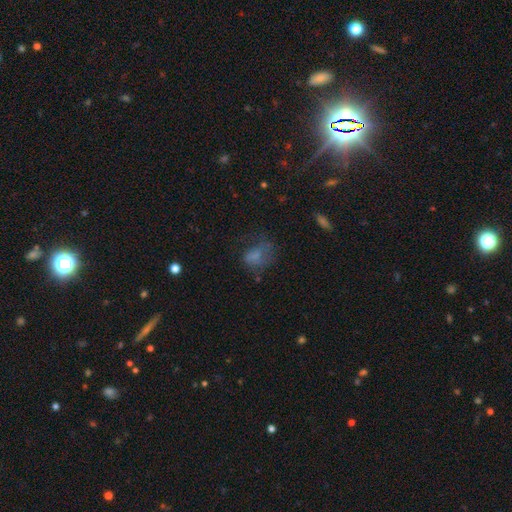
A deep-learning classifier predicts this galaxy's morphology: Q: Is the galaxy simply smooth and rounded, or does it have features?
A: smooth — 59%.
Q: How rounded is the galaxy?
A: in between — 73%.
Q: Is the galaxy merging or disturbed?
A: major disturbance — 39%.